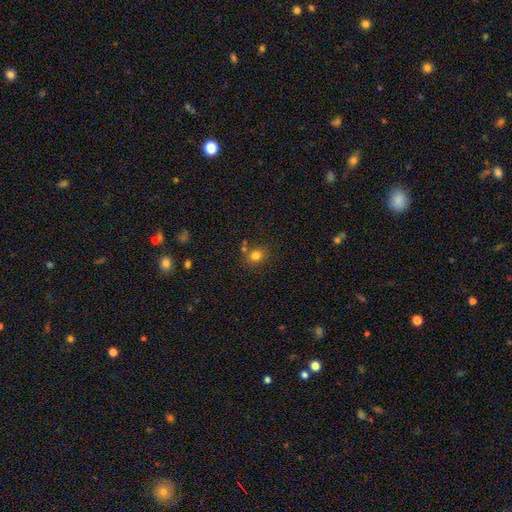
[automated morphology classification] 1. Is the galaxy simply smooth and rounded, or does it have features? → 80% smooth, 13% star or artifact, 7% featured or disk.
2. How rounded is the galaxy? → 72% round, 27% in between, 1% cigar-shaped.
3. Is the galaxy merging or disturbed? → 74% none, 12% minor disturbance, 10% merger, 4% major disturbance.